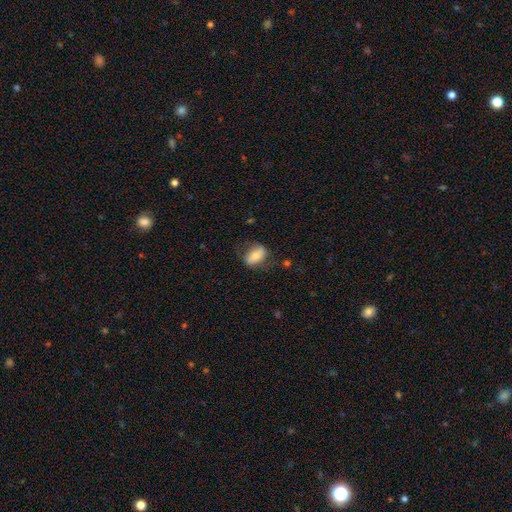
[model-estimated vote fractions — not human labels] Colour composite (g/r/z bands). It shows a smooth galaxy with no disk features (63%) that is in between round and cigar-shaped (83%). Merging: none (65%).